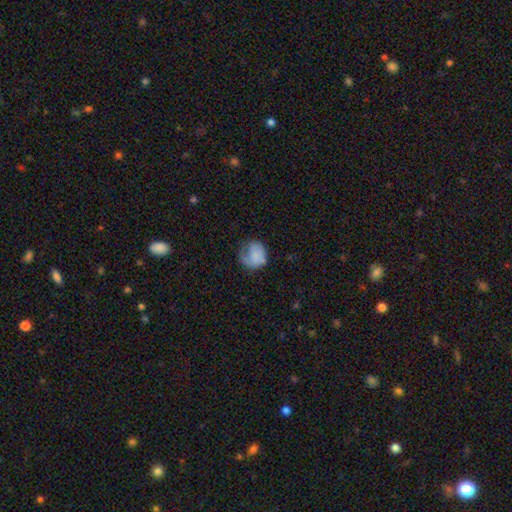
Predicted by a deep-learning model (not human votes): Smooth or featured? Predicted: smooth (p=0.66). How rounded? Predicted: round (p=0.71). Merging? Predicted: none (p=0.39).